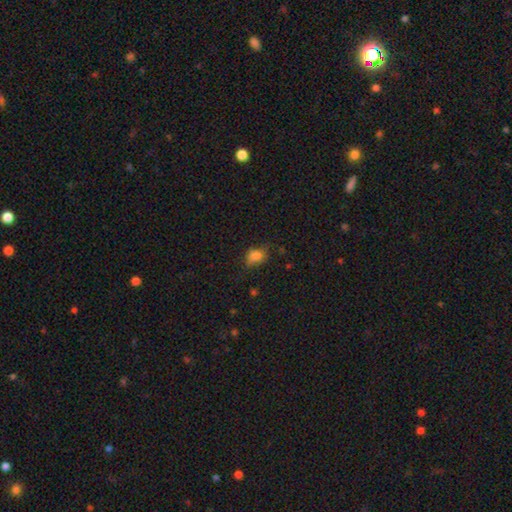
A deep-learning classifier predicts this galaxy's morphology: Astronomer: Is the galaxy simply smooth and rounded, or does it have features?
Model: smooth — 79%.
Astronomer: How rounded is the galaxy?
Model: in between — 68%.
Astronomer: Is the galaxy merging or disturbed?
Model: none — 50% (runner-up: minor disturbance, 33%).